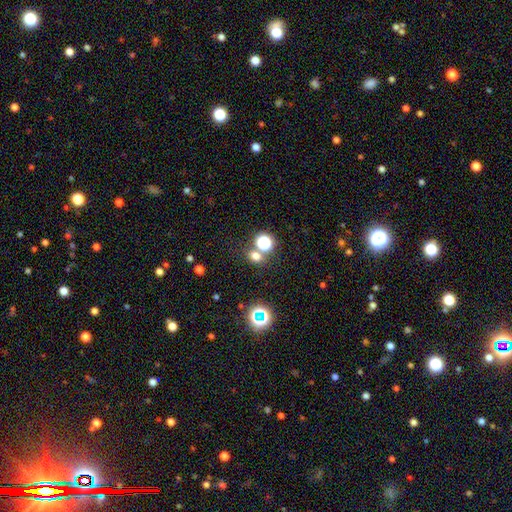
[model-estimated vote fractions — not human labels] smooth-or-featured: smooth: 64% | star or artifact: 28% | featured or disk: 7%
  how-rounded: round: 67% | in between: 32% | cigar-shaped: 1%
  merging: none: 70% | merger: 18% | minor disturbance: 8% | major disturbance: 4%